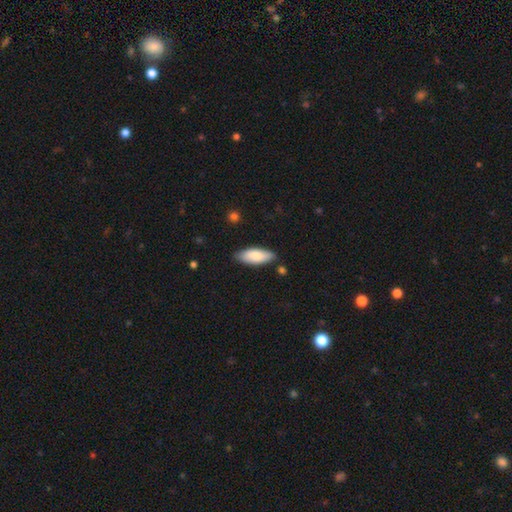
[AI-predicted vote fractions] smooth-or-featured: smooth: 83% | featured or disk: 12% | star or artifact: 6%
  how-rounded: in between: 77% | cigar-shaped: 21% | round: 2%
  merging: none: 82% | minor disturbance: 14% | major disturbance: 2% | merger: 2%